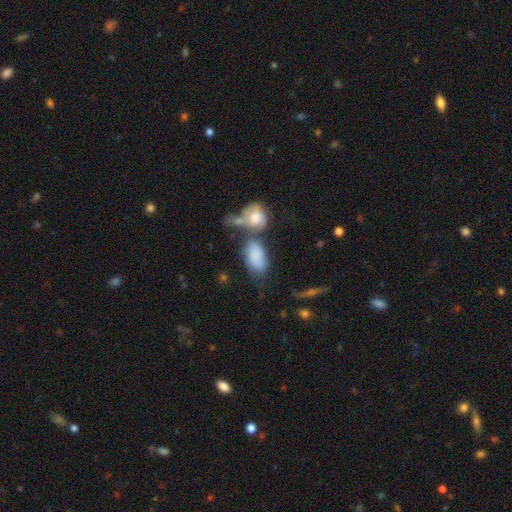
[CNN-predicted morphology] Smooth or featured? smooth (76%)
How rounded? in between (90%)
Merging? none (37%)